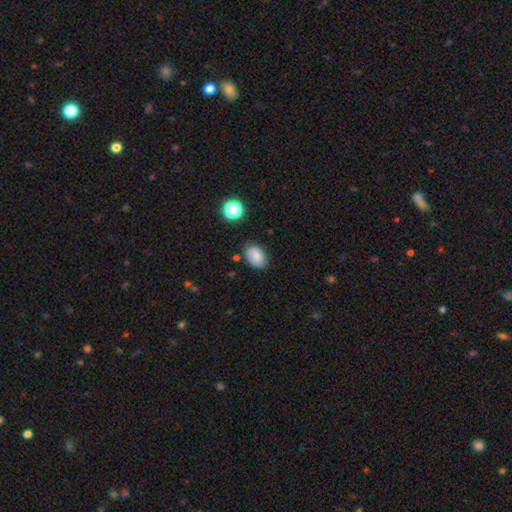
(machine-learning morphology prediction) A smooth galaxy with no disk features (80%) that is in between round and cigar-shaped (82%).

Vote fractions:
- Smooth or featured? smooth: 80% / featured or disk: 10% / star or artifact: 9%
- How rounded? in between: 82% / round: 17% / cigar-shaped: 1%
- Merging? none: 76% / minor disturbance: 17% / major disturbance: 3% / merger: 3%